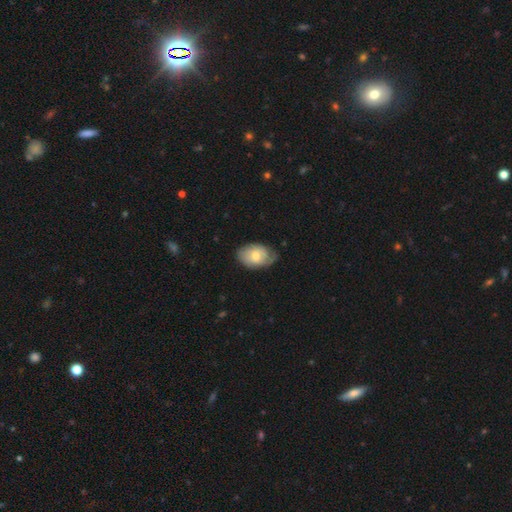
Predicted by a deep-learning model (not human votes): Smooth or featured?
  - smooth: 56% *
  - featured or disk: 39%
  - star or artifact: 6%
How rounded?
  - in between: 86% *
  - round: 13%
  - cigar-shaped: 1%
Merging?
  - none: 60% *
  - minor disturbance: 31%
  - major disturbance: 7%
  - merger: 1%